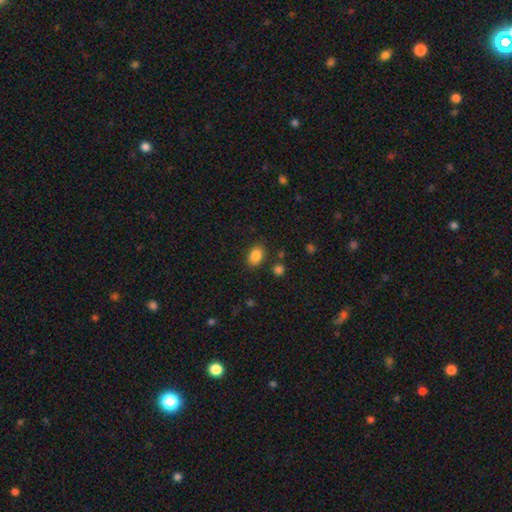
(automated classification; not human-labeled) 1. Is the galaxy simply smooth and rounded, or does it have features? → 87% smooth, 9% star or artifact, 4% featured or disk.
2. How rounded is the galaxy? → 77% in between, 22% round, 1% cigar-shaped.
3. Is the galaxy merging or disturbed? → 83% none, 10% minor disturbance, 3% major disturbance, 3% merger.